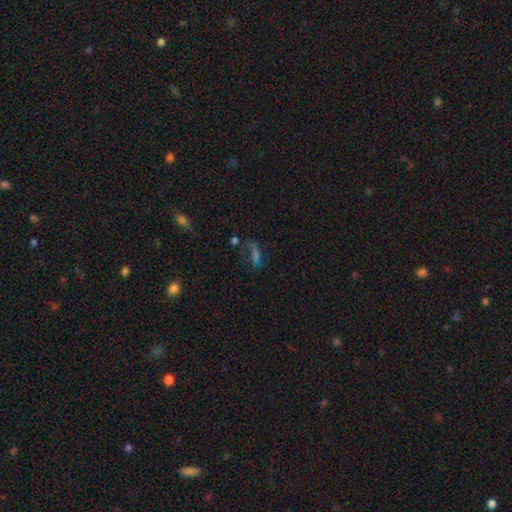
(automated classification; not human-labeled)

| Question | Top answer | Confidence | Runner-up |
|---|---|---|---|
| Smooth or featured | smooth | 40% | star or artifact (34%) |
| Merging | none | 58% | minor disturbance (19%) |